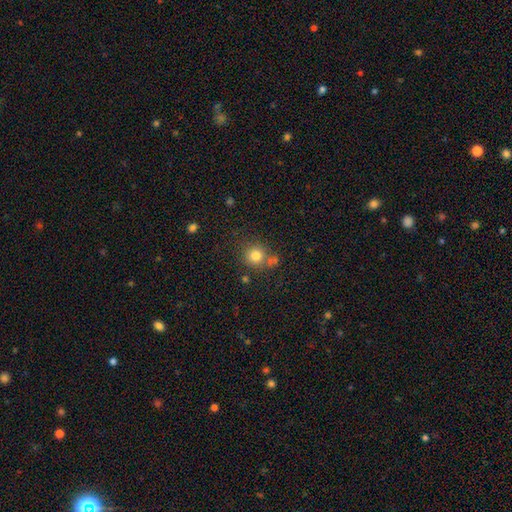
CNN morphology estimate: Smooth or featured?
  - smooth: 80% *
  - star or artifact: 13%
  - featured or disk: 8%
How rounded?
  - round: 90% *
  - in between: 9%
  - cigar-shaped: 1%
Merging?
  - none: 70% *
  - merger: 15%
  - minor disturbance: 11%
  - major disturbance: 4%